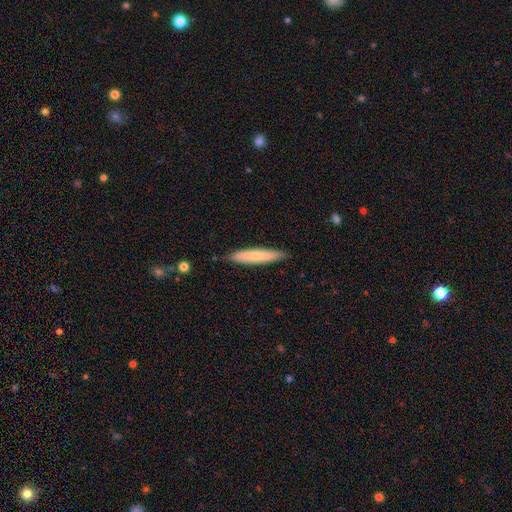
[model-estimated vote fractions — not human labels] Smooth or featured? smooth (65%)
How rounded? cigar-shaped (91%)
Merging? none (86%)